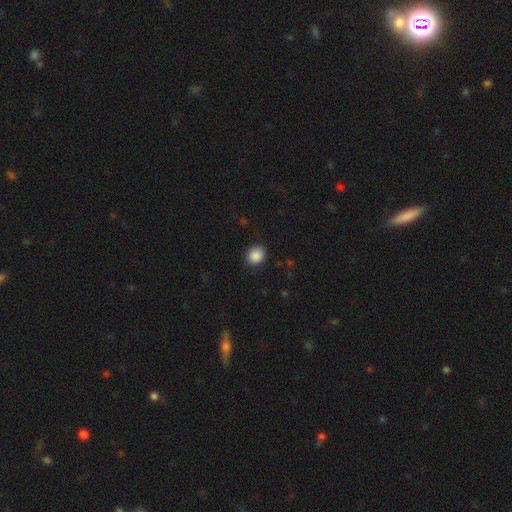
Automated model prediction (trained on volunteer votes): smooth 88%, star or artifact 9%, featured or disk 3%. Down the decision tree: how rounded — round (77%); merging — none (85%).